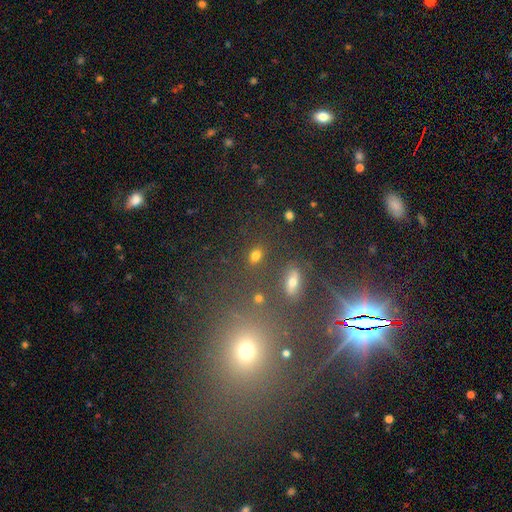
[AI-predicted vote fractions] A smooth galaxy with no disk features (74%) that is in between round and cigar-shaped (64%).

Vote fractions:
- Smooth or featured? smooth: 74% / star or artifact: 18% / featured or disk: 8%
- How rounded? in between: 64% / round: 32% / cigar-shaped: 4%
- Merging? none: 79% / minor disturbance: 10% / merger: 6% / major disturbance: 4%